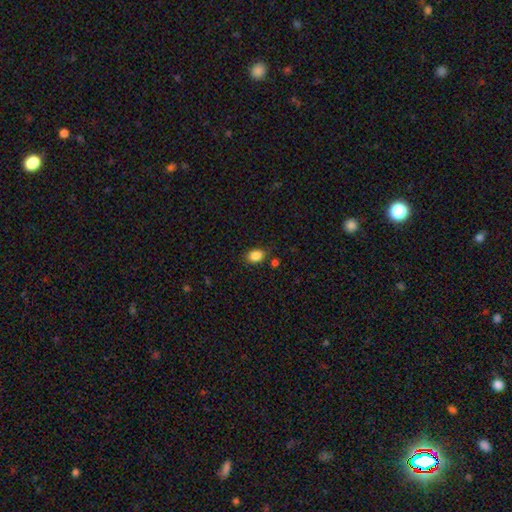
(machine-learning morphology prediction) This is clearly a smooth galaxy (86%). How rounded: likely in between (71%). Merging: clearly none (80%).